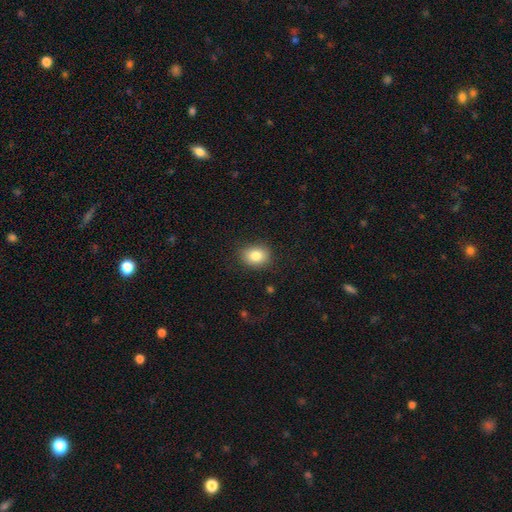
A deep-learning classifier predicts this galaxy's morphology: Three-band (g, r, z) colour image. It shows a smooth galaxy with no disk features (83%) that is in between round and cigar-shaped (59%). Merging: none (85%).